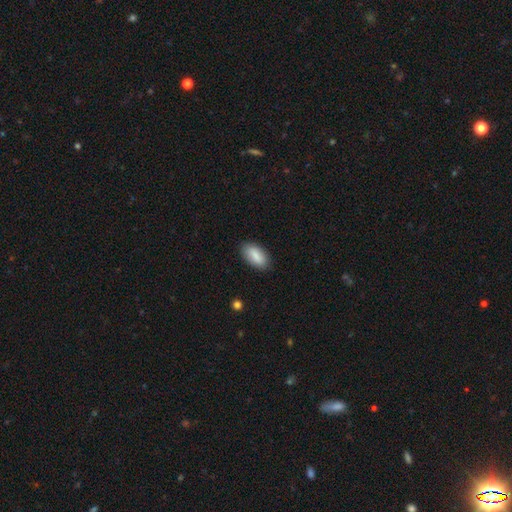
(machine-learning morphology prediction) Smooth or featured: smooth — 87% (featured or disk — 7%)
How rounded: in between — 92% (cigar-shaped — 6%)
Merging: none — 86% (minor disturbance — 10%)